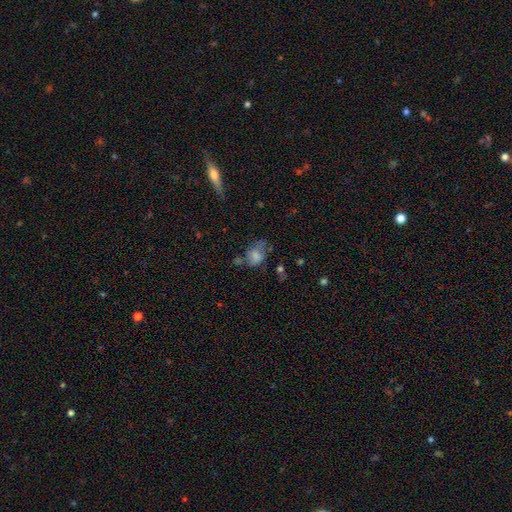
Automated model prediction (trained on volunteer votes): Q: Smooth or featured?
A: smooth (64%); runner-up: featured or disk (24%)
Q: How rounded?
A: in between (68%); runner-up: round (30%)
Q: Merging?
A: none (37%); runner-up: minor disturbance (27%)